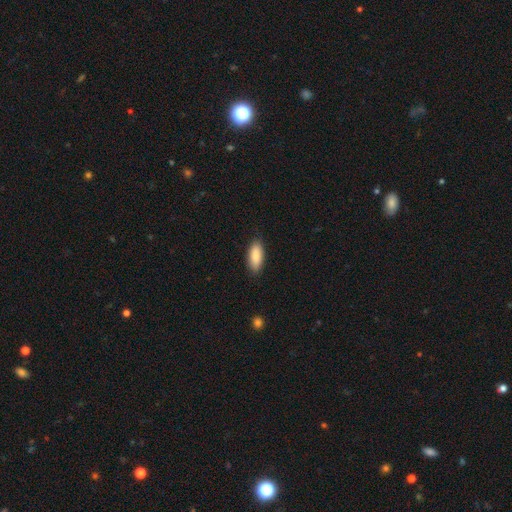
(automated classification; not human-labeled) Q: Smooth or featured?
A: smooth (87%); runner-up: featured or disk (7%)
Q: How rounded?
A: in between (81%); runner-up: cigar-shaped (17%)
Q: Merging?
A: none (85%); runner-up: minor disturbance (12%)